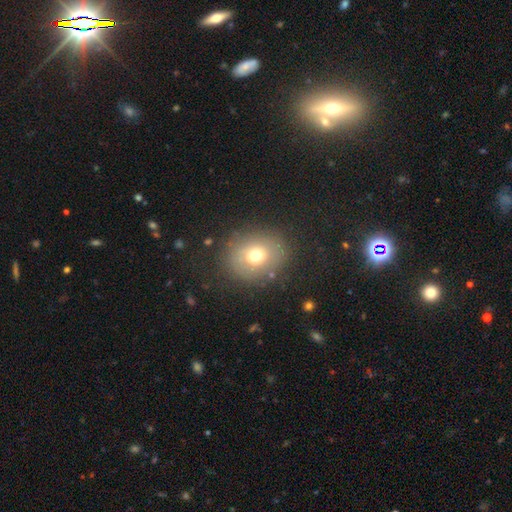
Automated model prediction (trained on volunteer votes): This is likely a smooth galaxy (66%). How rounded: likely round (69%). Merging: clearly none (81%).